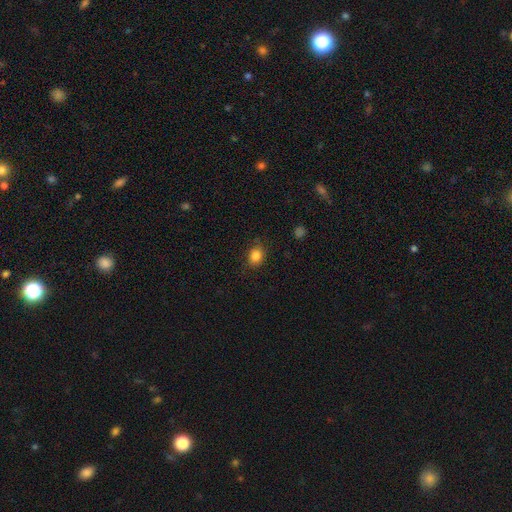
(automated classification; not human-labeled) Q: Smooth or featured?
A: smooth (85%); runner-up: star or artifact (10%)
Q: How rounded?
A: in between (54%); runner-up: round (45%)
Q: Merging?
A: none (82%); runner-up: minor disturbance (14%)